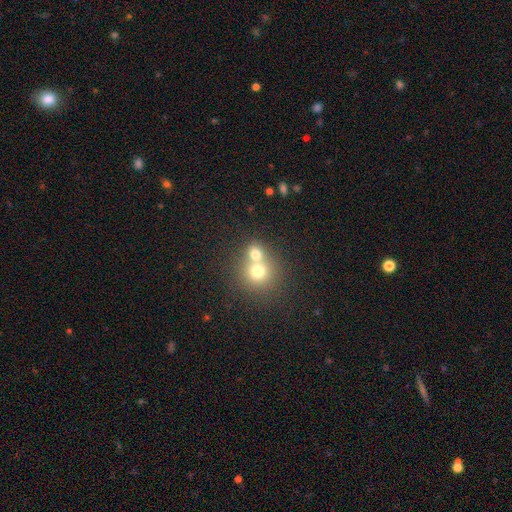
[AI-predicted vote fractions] A smooth galaxy with no disk features (63%) that is round (84%). Merging: merger (50%).